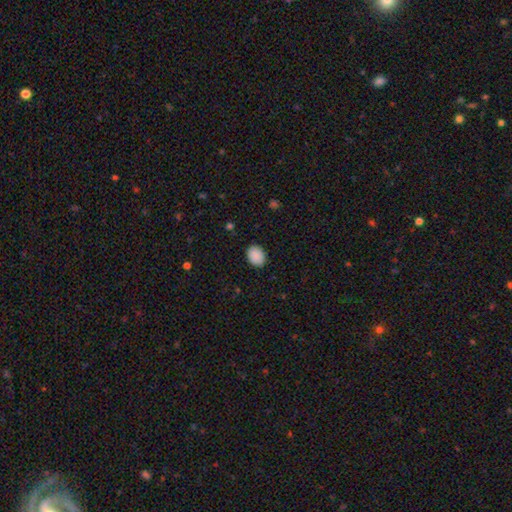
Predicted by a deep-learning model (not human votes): smooth_or_featured: smooth (p=0.90) [alt: star or artifact p=0.07]
how_rounded: in between (p=0.68) [alt: round p=0.32]
merging: none (p=0.89) [alt: minor disturbance p=0.08]